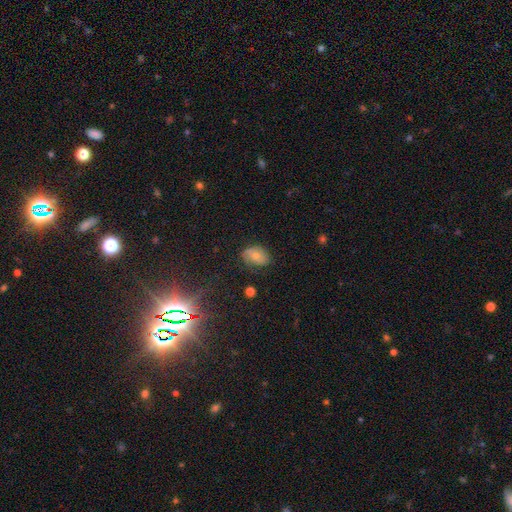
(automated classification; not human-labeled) Overall: smooth (58%; featured or disk 30%). How rounded: in between (73%). Merging: none (64%; minor disturbance 27%).